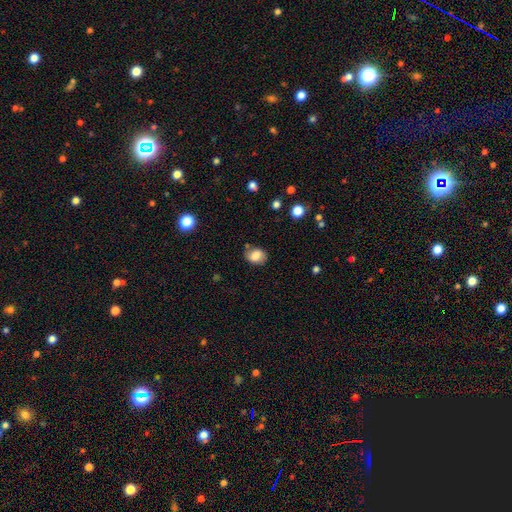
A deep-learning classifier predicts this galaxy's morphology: Smooth or featured: smooth — 75% (featured or disk — 16%)
How rounded: in between — 62% (round — 37%)
Merging: none — 74% (minor disturbance — 18%)